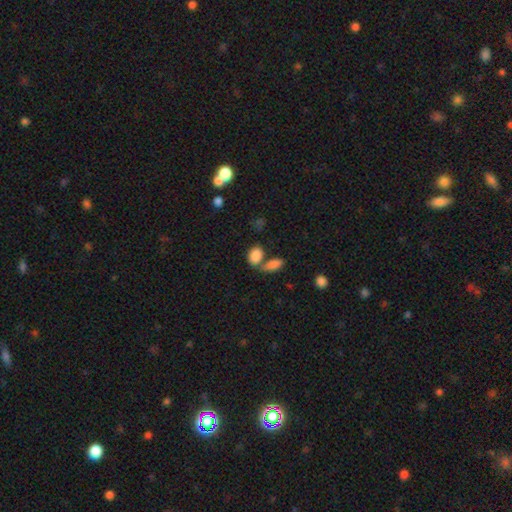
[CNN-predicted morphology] smooth_or_featured: smooth (p=0.86) [alt: star or artifact p=0.08]
how_rounded: in between (p=0.88) [alt: round p=0.10]
merging: none (p=0.47) [alt: merger p=0.38]